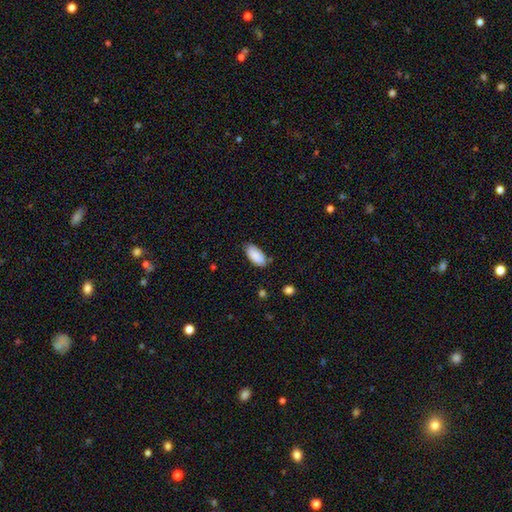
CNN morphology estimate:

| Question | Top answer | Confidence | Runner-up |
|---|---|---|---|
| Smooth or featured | smooth | 89% | star or artifact (6%) |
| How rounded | in between | 93% | cigar-shaped (5%) |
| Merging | none | 82% | minor disturbance (14%) |